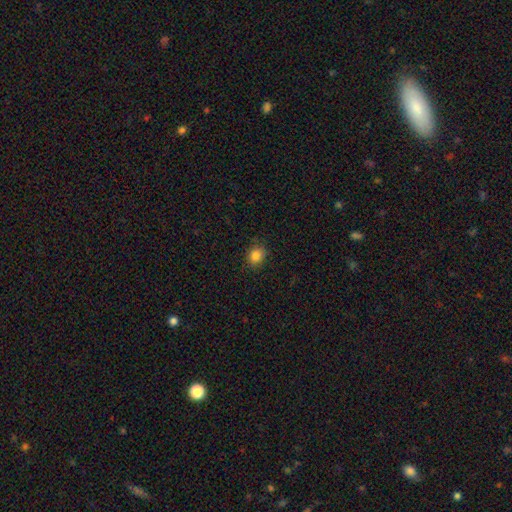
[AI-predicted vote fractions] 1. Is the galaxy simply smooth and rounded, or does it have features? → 84% smooth, 11% star or artifact, 5% featured or disk.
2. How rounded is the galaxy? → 64% round, 35% in between, 1% cigar-shaped.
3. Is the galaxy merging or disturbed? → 85% none, 12% minor disturbance, 3% major disturbance, 1% merger.